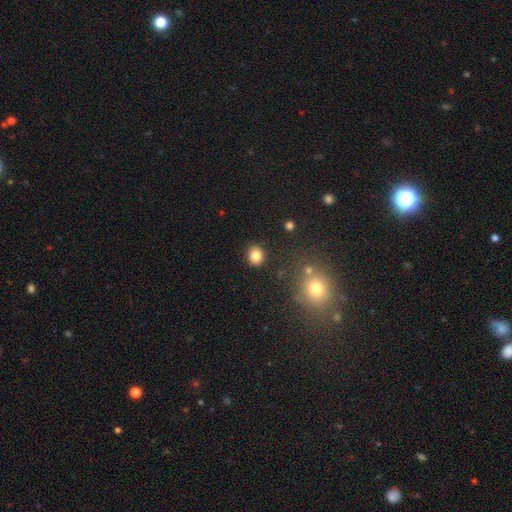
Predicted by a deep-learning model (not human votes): Smooth or featured? smooth (84%)
How rounded? round (75%)
Merging? none (89%)